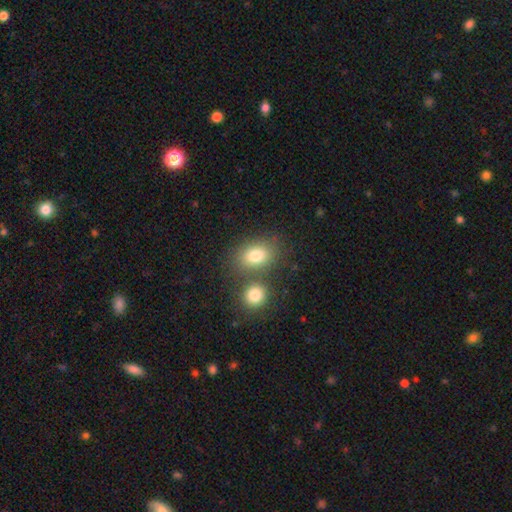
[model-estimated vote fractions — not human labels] smooth_or_featured: smooth (p=0.80) [alt: star or artifact p=0.10]
how_rounded: in between (p=0.69) [alt: round p=0.30]
merging: none (p=0.61) [alt: merger p=0.25]